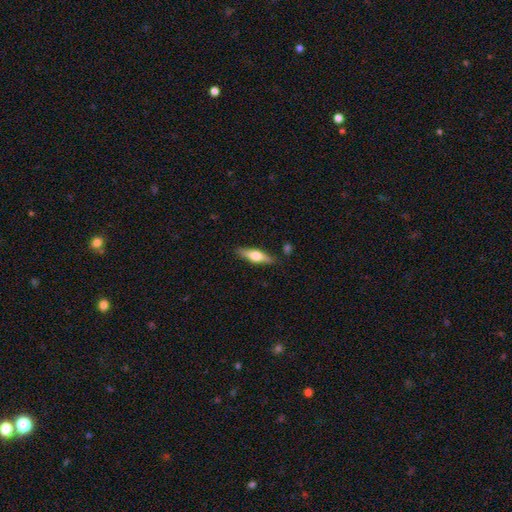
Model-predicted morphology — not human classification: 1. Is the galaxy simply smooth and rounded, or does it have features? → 47% smooth (tied), 47% featured or disk (tied), 6% star or artifact.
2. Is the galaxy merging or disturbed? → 85% none, 10% minor disturbance, 2% major disturbance, 2% merger.